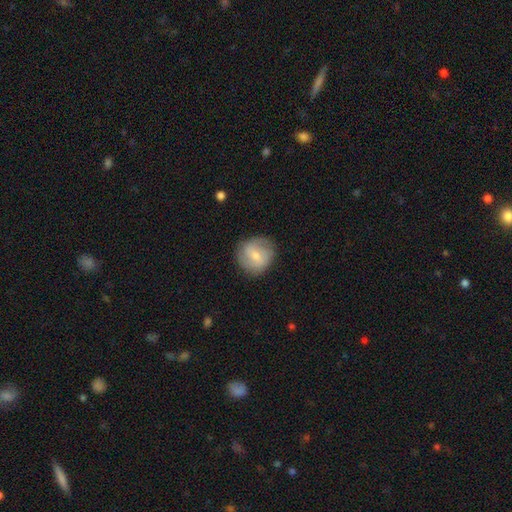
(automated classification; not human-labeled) Smooth or featured? Predicted: smooth (p=0.51). How rounded? Predicted: round (p=0.84). Merging? Predicted: none (p=0.78).